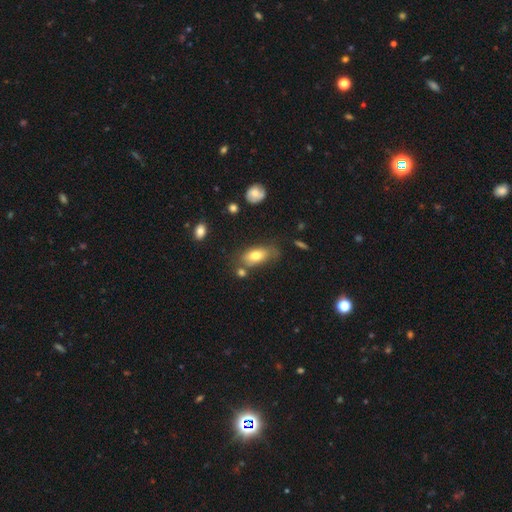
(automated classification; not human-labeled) smooth-or-featured: smooth: 73% | featured or disk: 19% | star or artifact: 8%
  how-rounded: in between: 87% | cigar-shaped: 9% | round: 4%
  merging: none: 55% | minor disturbance: 25% | merger: 11% | major disturbance: 10%